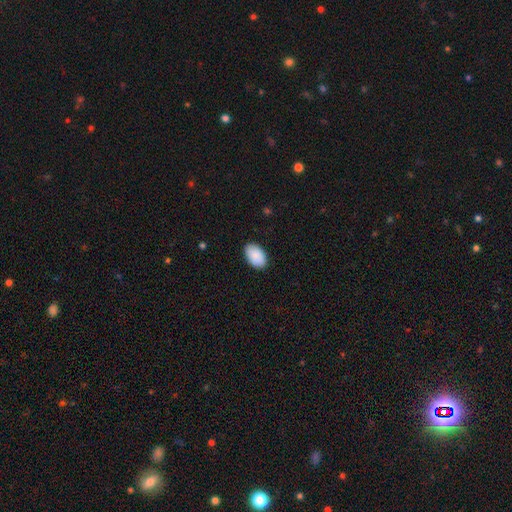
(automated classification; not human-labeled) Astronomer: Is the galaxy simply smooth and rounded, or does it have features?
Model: smooth — 90%.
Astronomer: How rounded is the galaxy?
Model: in between — 93%.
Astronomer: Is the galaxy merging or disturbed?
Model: none — 88%.